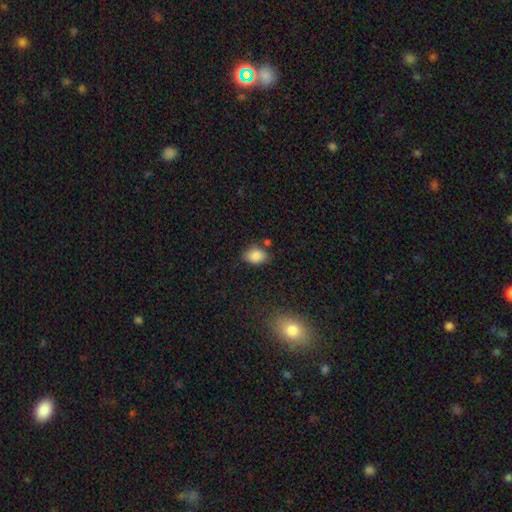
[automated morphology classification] Q: Smooth or featured?
A: smooth (86%); runner-up: star or artifact (9%)
Q: How rounded?
A: in between (78%); runner-up: round (21%)
Q: Merging?
A: none (73%); runner-up: minor disturbance (18%)